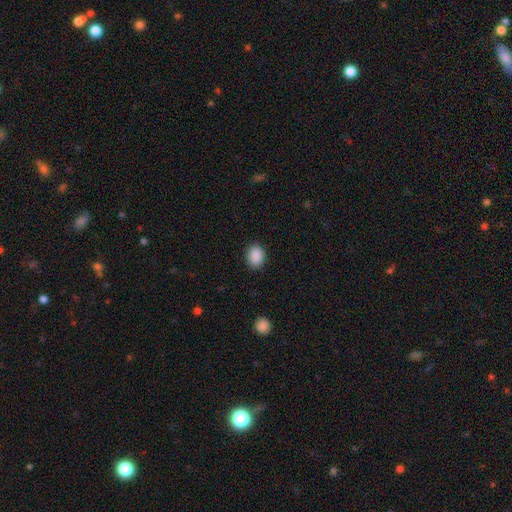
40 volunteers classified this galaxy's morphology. type=smooth (98%); roundness=round (51%); merging=none (87%).